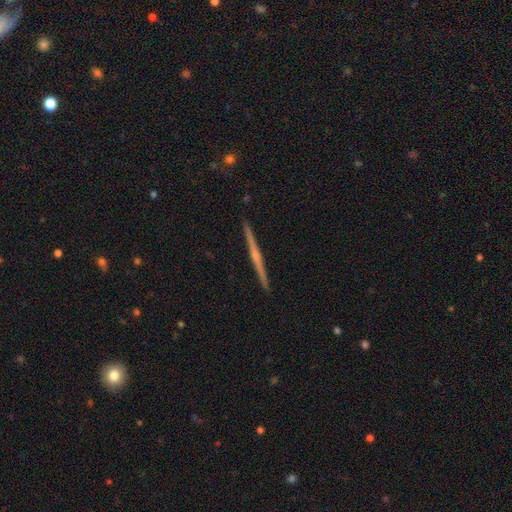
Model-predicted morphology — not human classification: Q: Smooth or featured?
A: featured or disk (78%); runner-up: smooth (17%)
Q: Edge-on disk?
A: yes (99%); runner-up: no (1%)
Q: Edge-on bulge?
A: rounded (61%); runner-up: none (31%)
Q: Merging?
A: none (93%); runner-up: minor disturbance (5%)